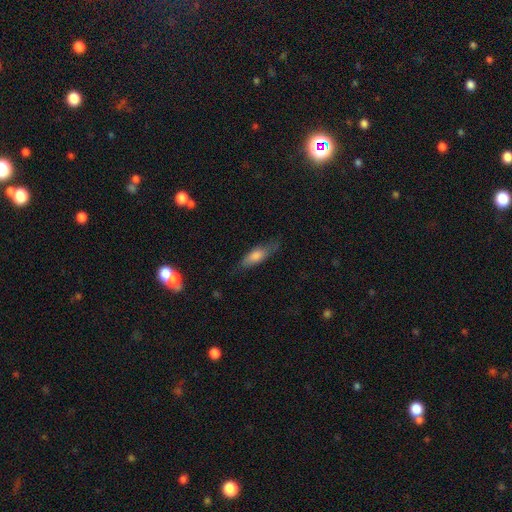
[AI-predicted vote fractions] Morphology: type=smooth (67%); roundness=in between (51%); merging=none (72%).